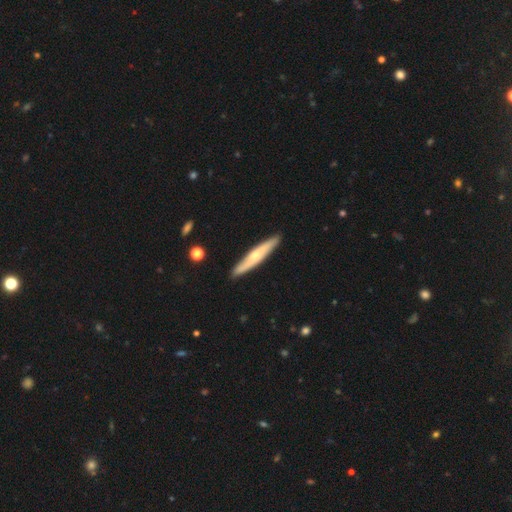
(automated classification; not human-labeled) A smooth galaxy with no disk features (48%).

Vote fractions:
- Smooth or featured? smooth: 48% / featured or disk: 47% / star or artifact: 5%
- Merging? none: 89% / minor disturbance: 8% / major disturbance: 1% / merger: 1%